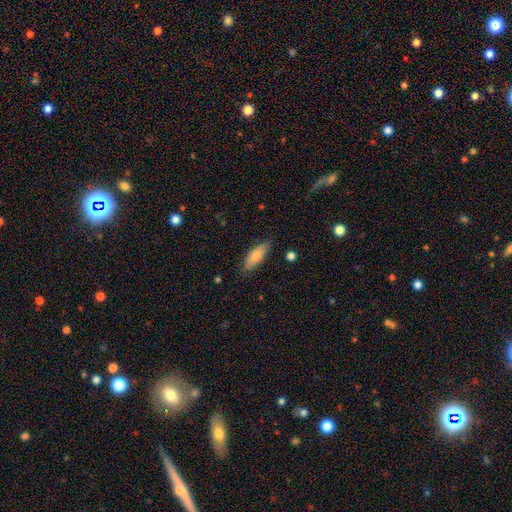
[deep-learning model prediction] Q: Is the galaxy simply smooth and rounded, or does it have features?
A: smooth — 79%.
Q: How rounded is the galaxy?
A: in between — 69%.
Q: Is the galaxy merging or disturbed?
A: none — 80%.